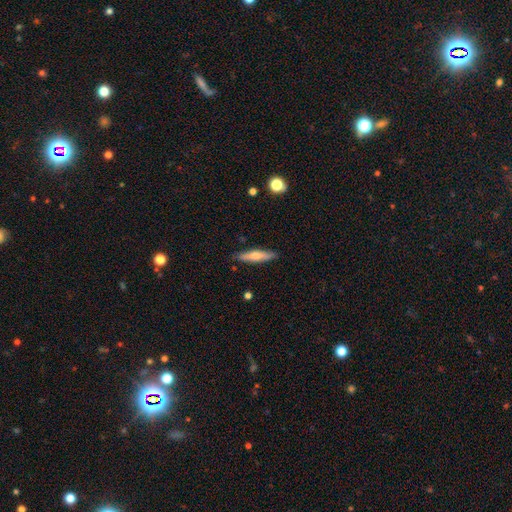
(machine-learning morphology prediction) This appears to be a smooth galaxy with no disk features (55%) that is cigar-shaped (81%). Merging: none (88%).